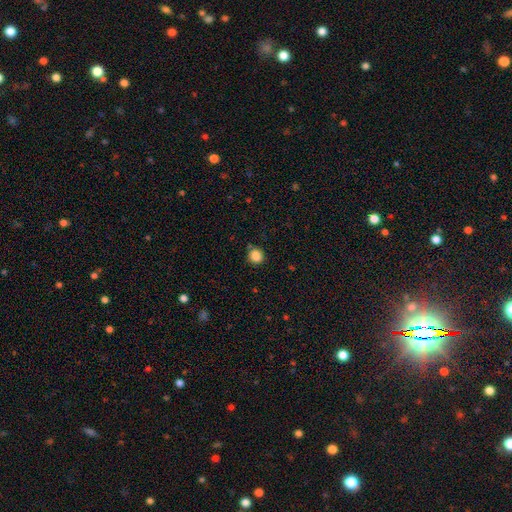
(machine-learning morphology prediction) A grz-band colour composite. It shows a smooth galaxy with no disk features (86%) that is round (88%). Merging: none (84%).